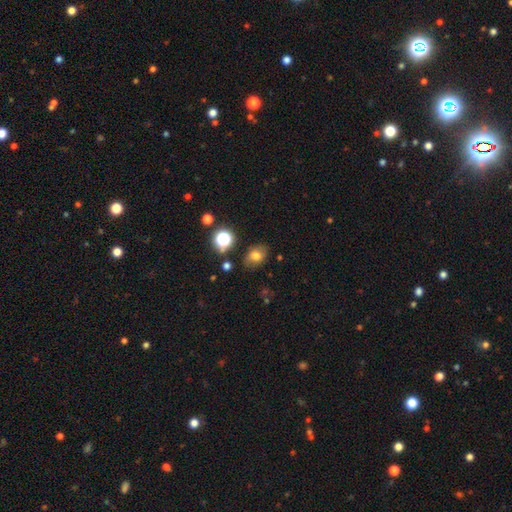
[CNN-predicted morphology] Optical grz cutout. It shows a smooth galaxy with no disk features (72%) that is in between round and cigar-shaped (66%). Merging: none (76%).